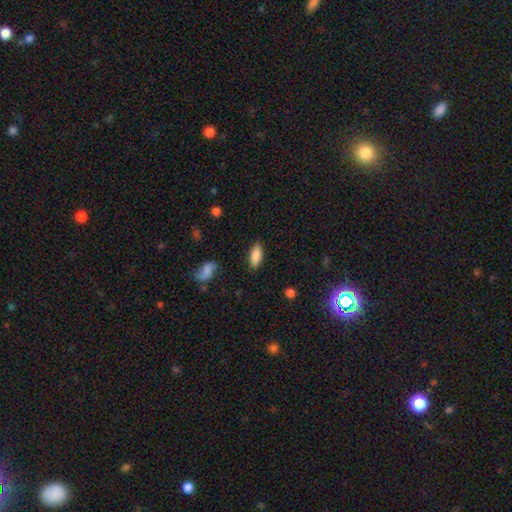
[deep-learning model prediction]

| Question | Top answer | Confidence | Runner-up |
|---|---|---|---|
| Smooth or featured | smooth | 85% | featured or disk (8%) |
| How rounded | in between | 79% | cigar-shaped (19%) |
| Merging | none | 85% | minor disturbance (10%) |